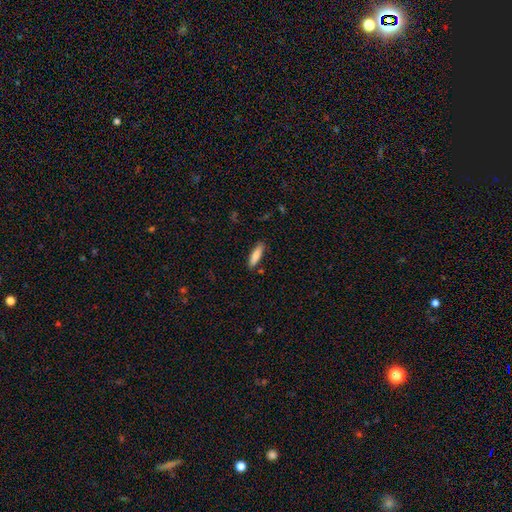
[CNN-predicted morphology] type=smooth (84%); roundness=cigar-shaped (62%); merging=none (85%).